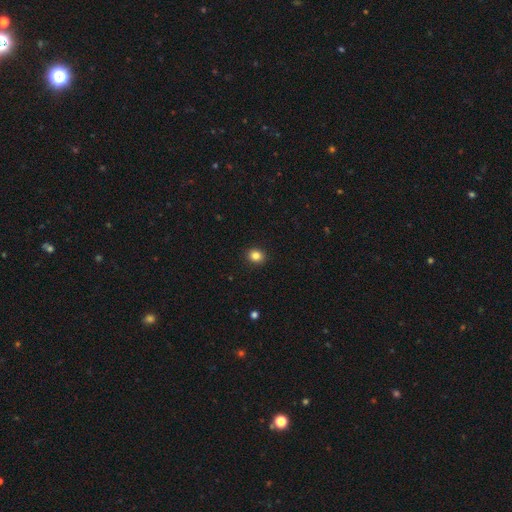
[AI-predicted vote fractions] A smooth galaxy with no disk features (84%) that is round (74%). Merging: none (92%).